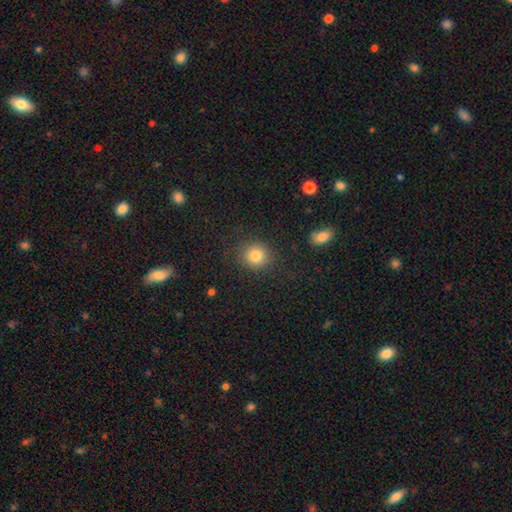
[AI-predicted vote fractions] Smooth or featured?
  - smooth: 82% *
  - star or artifact: 12%
  - featured or disk: 7%
How rounded?
  - round: 87% *
  - in between: 12%
  - cigar-shaped: 1%
Merging?
  - none: 87% *
  - minor disturbance: 8%
  - major disturbance: 3%
  - merger: 2%